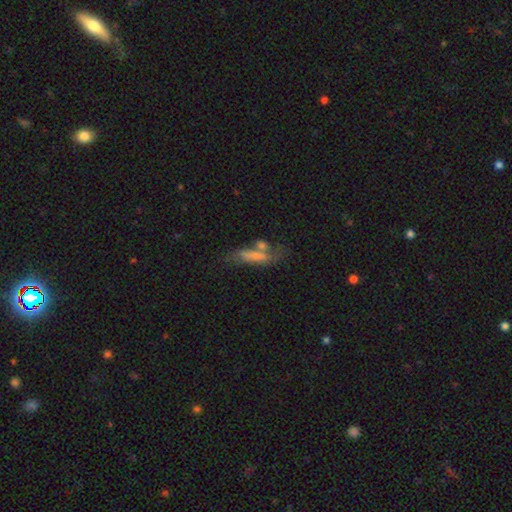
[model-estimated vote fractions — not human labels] A smooth galaxy with no disk features (60%) that is cigar-shaped (51%).

Vote fractions:
- Smooth or featured? smooth: 60% / featured or disk: 31% / star or artifact: 9%
- How rounded? cigar-shaped: 51% / in between: 45% / round: 5%
- Merging? merger: 38% / none: 29% / minor disturbance: 17% / major disturbance: 16%